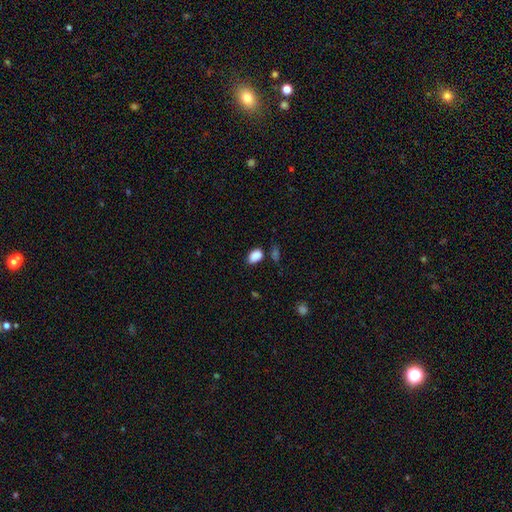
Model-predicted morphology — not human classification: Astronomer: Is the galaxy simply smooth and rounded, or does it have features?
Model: smooth — 87%.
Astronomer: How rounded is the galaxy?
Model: in between — 88%.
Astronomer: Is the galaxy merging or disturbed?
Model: none — 69%.